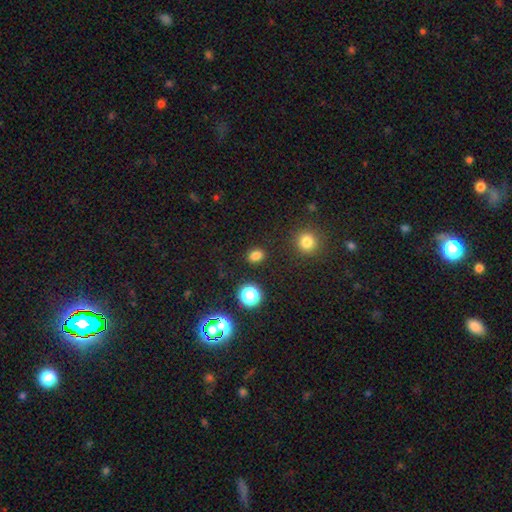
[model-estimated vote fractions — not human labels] This appears to be a smooth galaxy with no disk features (79%) that is round (50%). Merging: none (86%).